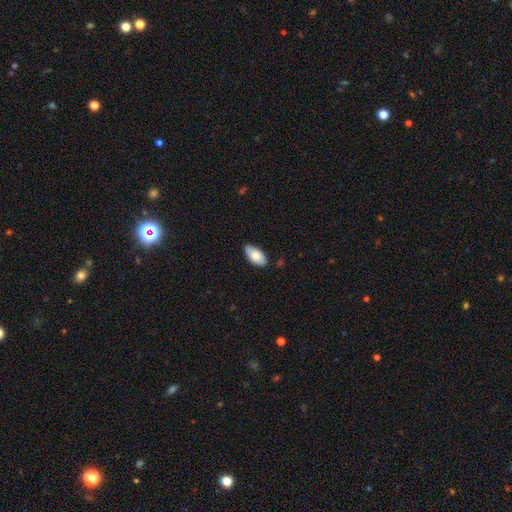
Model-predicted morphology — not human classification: type=smooth (79%); roundness=in between (94%); merging=none (82%).